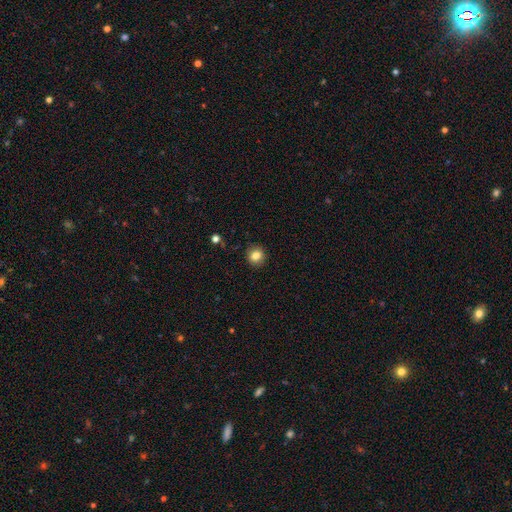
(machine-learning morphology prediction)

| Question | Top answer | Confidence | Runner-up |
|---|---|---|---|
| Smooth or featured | smooth | 84% | star or artifact (10%) |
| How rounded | round | 88% | in between (11%) |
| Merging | none | 90% | minor disturbance (7%) |